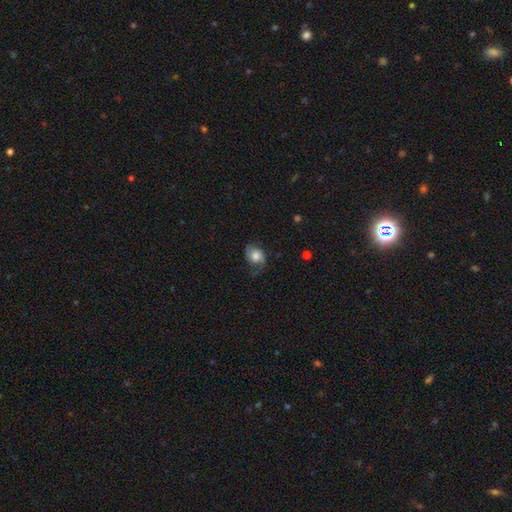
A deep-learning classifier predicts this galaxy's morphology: type=smooth (46%); merging=none (62%).